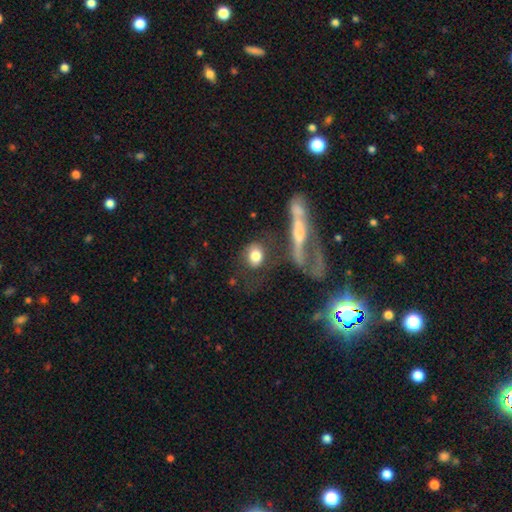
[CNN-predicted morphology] type=smooth (75%); roundness=round (54%); merging=none (54%).